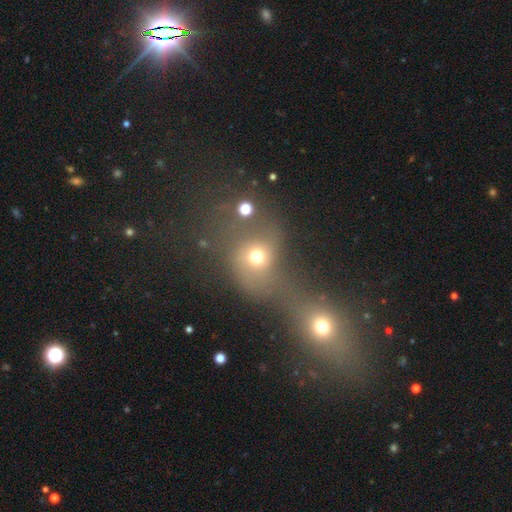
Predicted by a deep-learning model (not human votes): Morphology: type=smooth (62%); roundness=round (69%); merging=merger (49%).